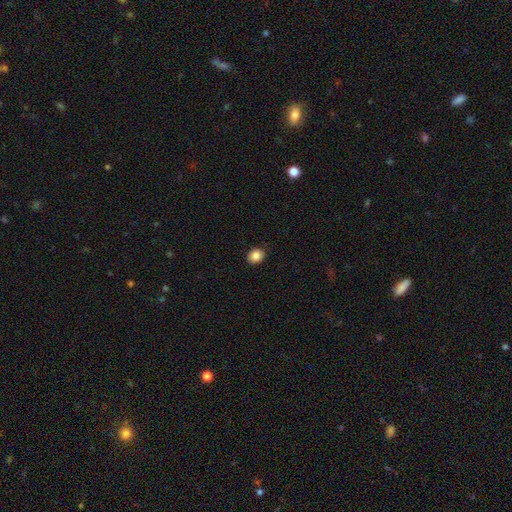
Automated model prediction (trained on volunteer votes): Smooth or featured?
  - smooth: 86% *
  - star or artifact: 9%
  - featured or disk: 5%
How rounded?
  - round: 57% *
  - in between: 42%
  - cigar-shaped: 1%
Merging?
  - none: 90% *
  - minor disturbance: 7%
  - major disturbance: 2%
  - merger: 1%